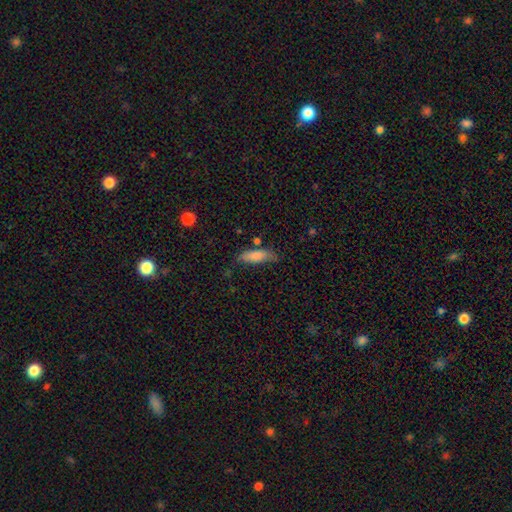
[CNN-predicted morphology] Smooth or featured?
  - smooth: 81% *
  - featured or disk: 12%
  - star or artifact: 7%
How rounded?
  - in between: 56% *
  - cigar-shaped: 42%
  - round: 2%
Merging?
  - none: 63% *
  - minor disturbance: 25%
  - major disturbance: 7%
  - merger: 6%